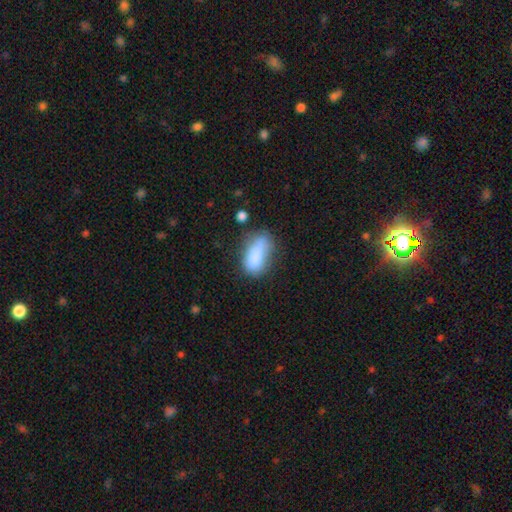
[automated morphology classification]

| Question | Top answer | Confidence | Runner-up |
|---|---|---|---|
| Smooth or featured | smooth | 80% | featured or disk (12%) |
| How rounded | in between | 86% | cigar-shaped (10%) |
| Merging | none | 46% | minor disturbance (30%) |